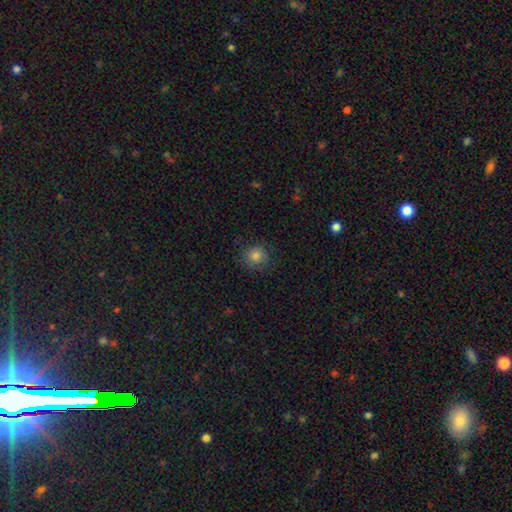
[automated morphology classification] Overall: smooth (82%). How rounded: round (90%). Merging: none (86%).